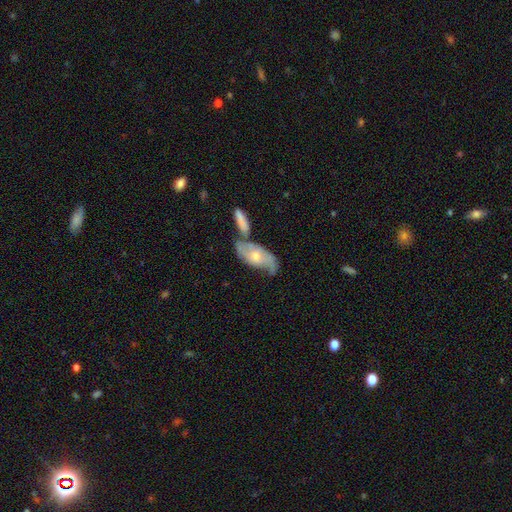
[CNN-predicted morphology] This appears to be a featured or disk galaxy (67%) with no bar (70%), spiral arms (84%) and a moderate central bulge (51%). Merging: none (39%).